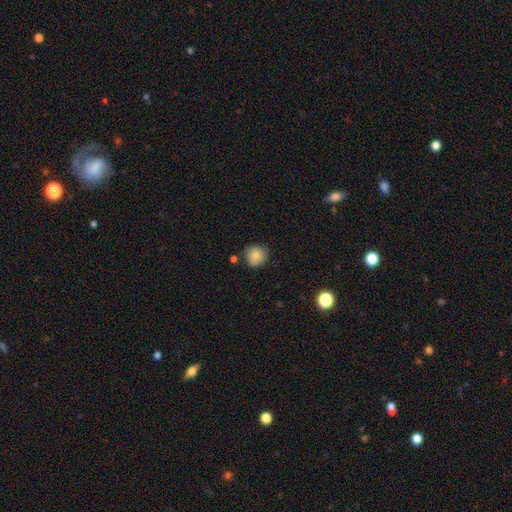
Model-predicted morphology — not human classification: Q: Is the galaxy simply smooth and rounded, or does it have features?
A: smooth — 85%.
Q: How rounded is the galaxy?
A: round — 91%.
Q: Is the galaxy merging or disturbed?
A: none — 81%.